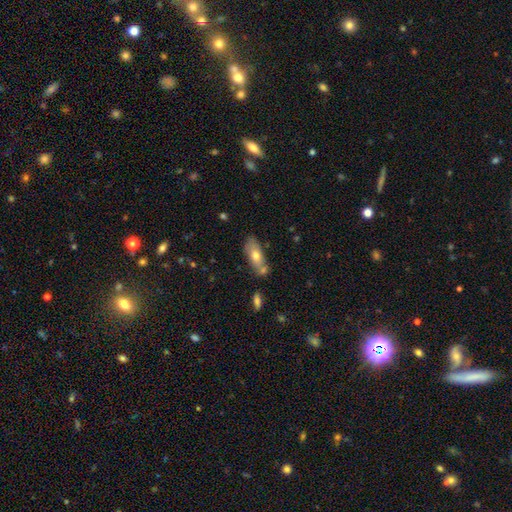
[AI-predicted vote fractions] The model was most divided on "merging": none: 57%, merger: 21%, minor disturbance: 17%, major disturbance: 4%. More confident: how rounded — in between (74%); smooth or featured — smooth (66%).